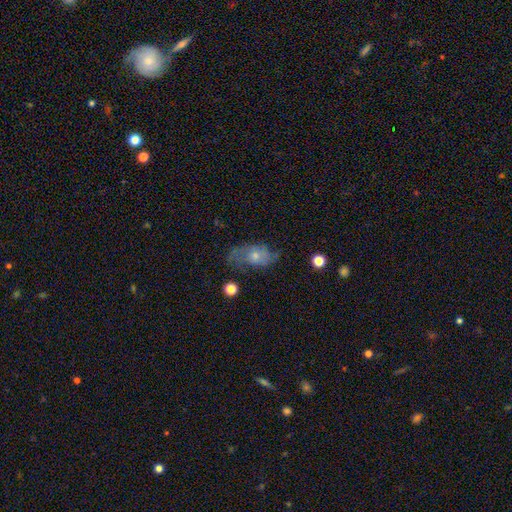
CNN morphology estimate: Q: Smooth or featured?
A: featured or disk (64%); runner-up: smooth (26%)
Q: Edge-on disk?
A: no (93%); runner-up: yes (7%)
Q: Bar?
A: no (78%); runner-up: weak (19%)
Q: Spiral arms?
A: yes (83%); runner-up: no (17%)
Q: Bulge size?
A: small (51%); runner-up: moderate (42%)
Q: Merging?
A: none (62%); runner-up: minor disturbance (22%)